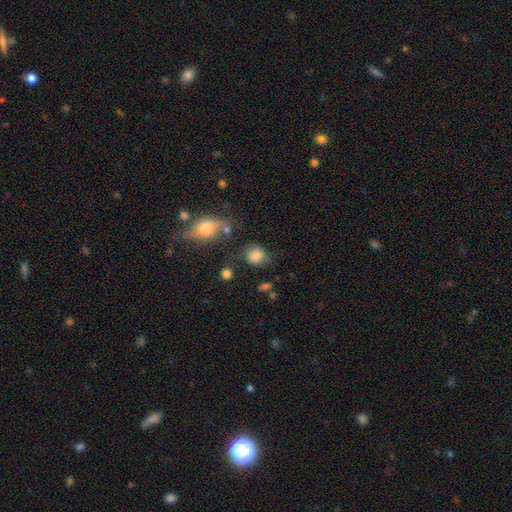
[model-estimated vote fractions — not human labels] Smooth or featured: smooth — 81% (star or artifact — 10%)
How rounded: round — 75% (in between — 23%)
Merging: none — 63% (minor disturbance — 21%)